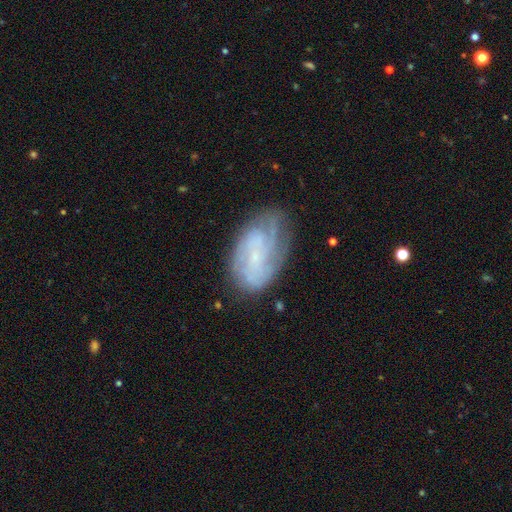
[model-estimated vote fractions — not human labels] Morphology: type=featured or disk (70%); edge-on=no (96%); bar=no (66%); spiral arms=yes (88%); winding=tight (52%); arm count=can't tell (43%); bulge=small (74%); merging=none (66%).